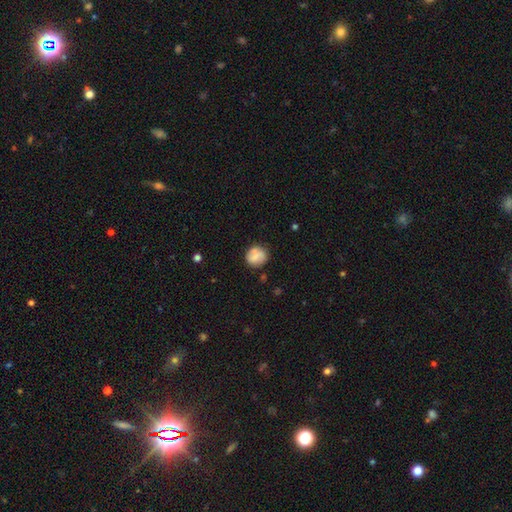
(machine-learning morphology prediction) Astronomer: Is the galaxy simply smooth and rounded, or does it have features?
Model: smooth — 72%.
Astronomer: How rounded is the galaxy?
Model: round — 80%.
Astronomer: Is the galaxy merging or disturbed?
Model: none — 65%.